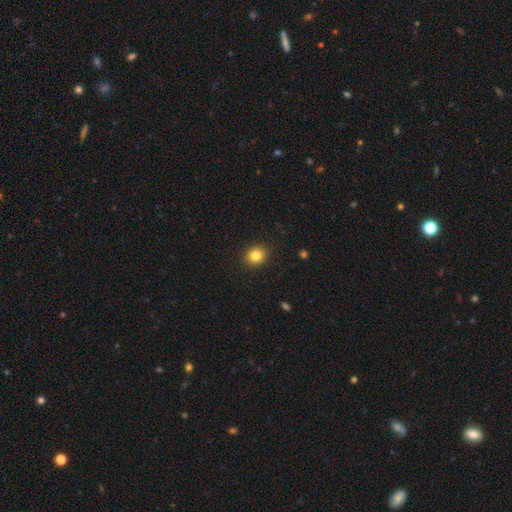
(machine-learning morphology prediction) This is clearly a smooth galaxy (83%). How rounded: likely round (74%). Merging: clearly none (90%).